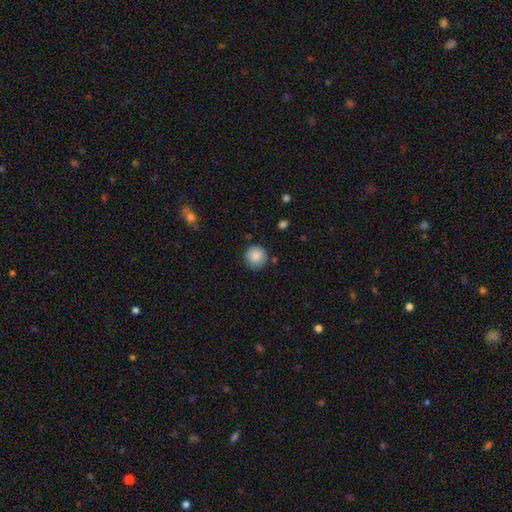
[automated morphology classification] Smooth or featured: smooth — 87% (star or artifact — 8%)
How rounded: round — 95% (in between — 4%)
Merging: none — 87% (minor disturbance — 9%)